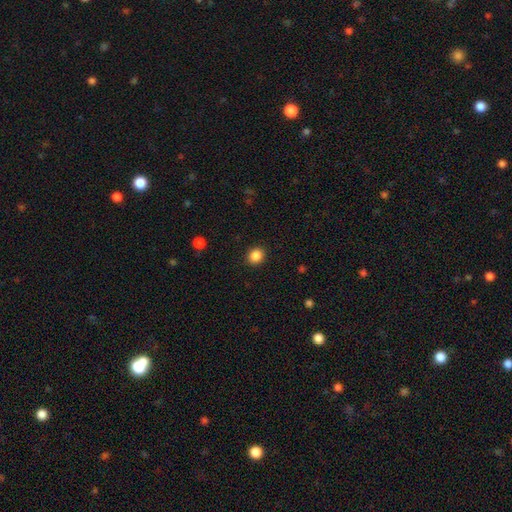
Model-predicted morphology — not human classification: smooth-or-featured: smooth: 87% | star or artifact: 10% | featured or disk: 3%
  how-rounded: round: 74% | in between: 25% | cigar-shaped: 1%
  merging: none: 91% | minor disturbance: 6% | major disturbance: 2% | merger: 1%